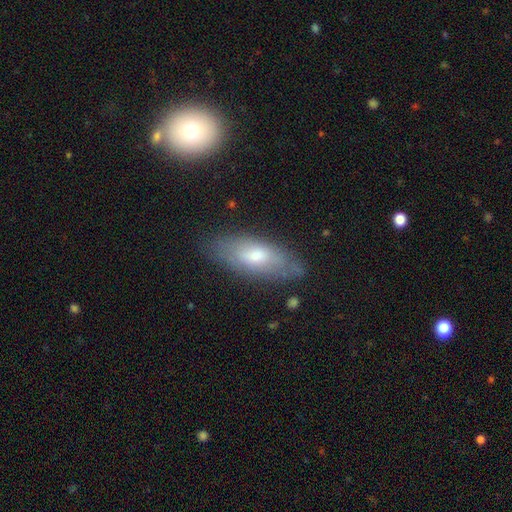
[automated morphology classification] This appears to be a smooth galaxy with no disk features (62%) that is in between round and cigar-shaped (78%). Merging: none (76%).